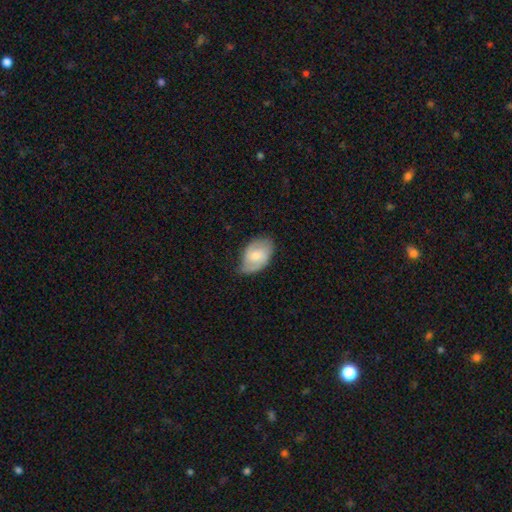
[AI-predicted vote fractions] Morphology: type=smooth (47%, tied with featured or disk); merging=none (60%).